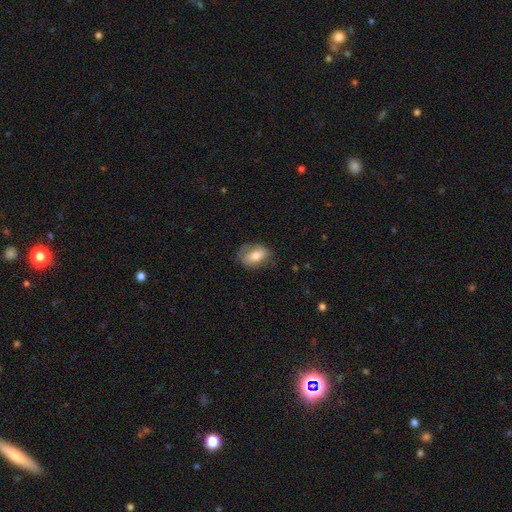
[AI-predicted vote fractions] A smooth galaxy with no disk features (66%) that is in between round and cigar-shaped (81%). Merging: none (66%).